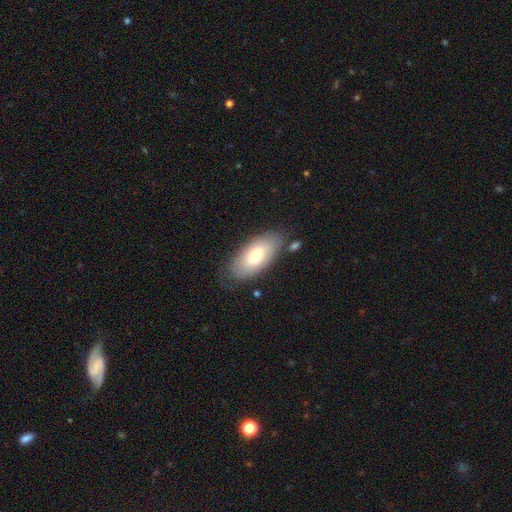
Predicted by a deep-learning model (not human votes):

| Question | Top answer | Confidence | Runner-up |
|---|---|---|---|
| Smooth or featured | smooth | 72% | featured or disk (22%) |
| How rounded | in between | 91% | cigar-shaped (7%) |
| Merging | none | 75% | minor disturbance (17%) |